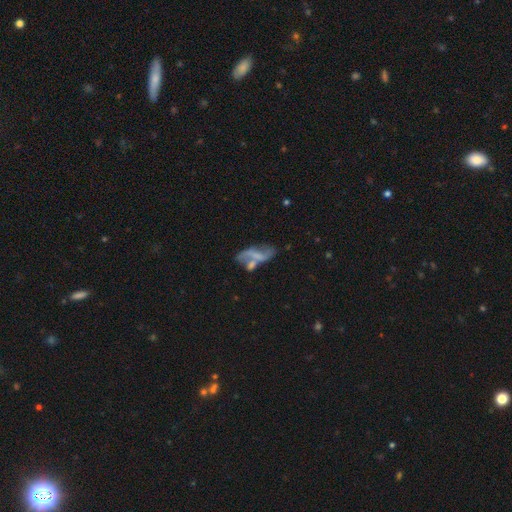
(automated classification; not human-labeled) This appears to be a featured or disk galaxy (62%) with no bar (47%), spiral arms (72%) and no central bulge (55%). Merging: none (35%).